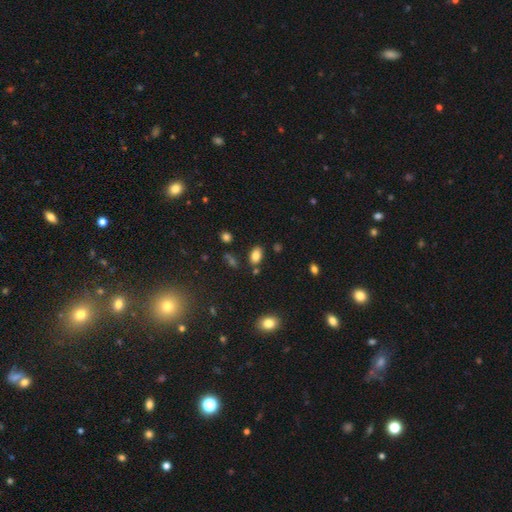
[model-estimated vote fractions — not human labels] Q: Smooth or featured?
A: smooth (81%); runner-up: star or artifact (10%)
Q: How rounded?
A: in between (89%); runner-up: round (8%)
Q: Merging?
A: none (79%); runner-up: minor disturbance (12%)